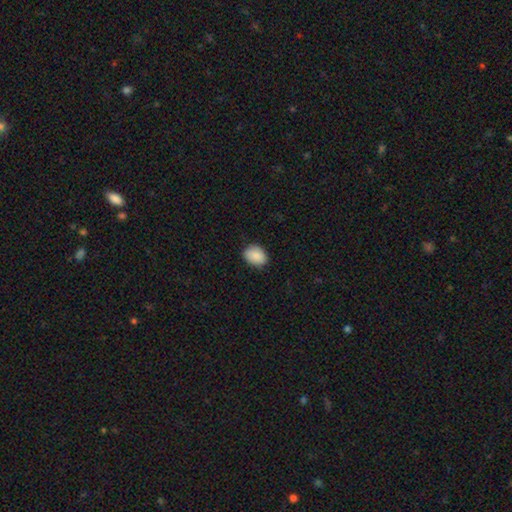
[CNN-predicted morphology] The model was most divided on "how rounded": in between: 67%, round: 32%, cigar-shaped: 1%. More confident: smooth or featured — smooth (87%); merging — none (83%).